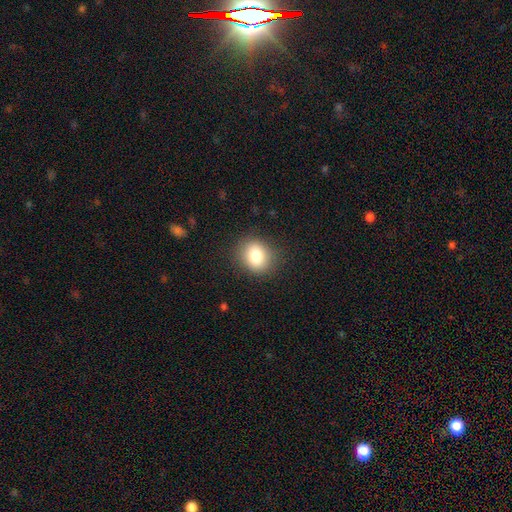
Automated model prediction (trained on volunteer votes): Smooth or featured?
  - smooth: 81% *
  - star or artifact: 10%
  - featured or disk: 9%
How rounded?
  - round: 67% *
  - in between: 32%
  - cigar-shaped: 1%
Merging?
  - none: 87% *
  - minor disturbance: 9%
  - major disturbance: 3%
  - merger: 1%